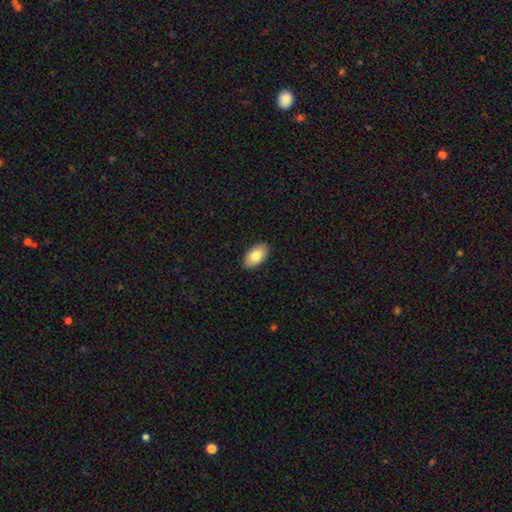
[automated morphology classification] type=smooth (82%); roundness=in between (95%); merging=none (90%).